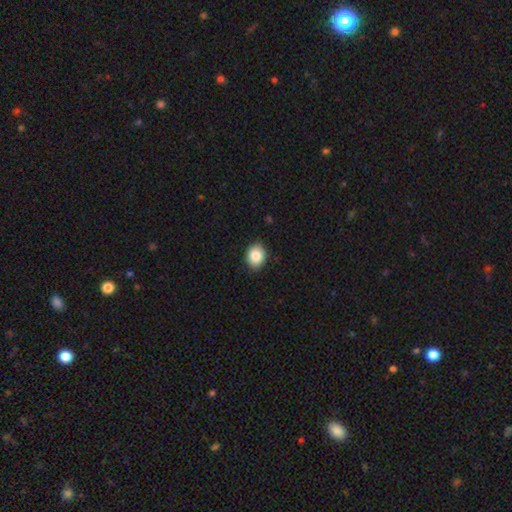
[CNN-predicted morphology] smooth_or_featured: smooth (p=0.86) [alt: star or artifact p=0.08]
how_rounded: in between (p=0.54) [alt: round p=0.45]
merging: none (p=0.88) [alt: minor disturbance p=0.10]